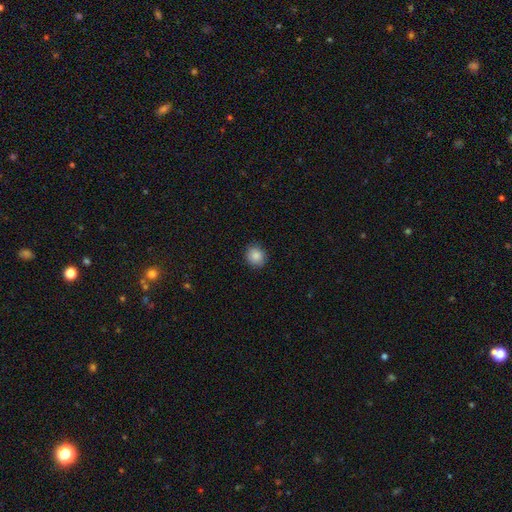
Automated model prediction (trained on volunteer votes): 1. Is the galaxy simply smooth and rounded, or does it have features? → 87% smooth, 9% star or artifact, 4% featured or disk.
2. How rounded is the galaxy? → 83% round, 16% in between, 1% cigar-shaped.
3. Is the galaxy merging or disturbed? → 89% none, 8% minor disturbance, 2% major disturbance, 1% merger.